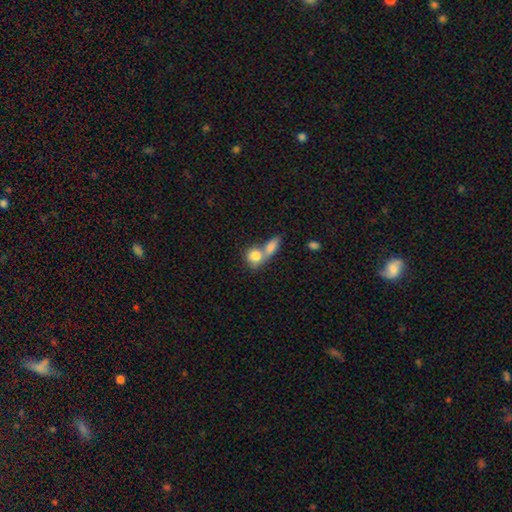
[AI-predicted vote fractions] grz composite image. It shows a smooth galaxy with no disk features (81%) that is round (63%). Merging: merger (61%).